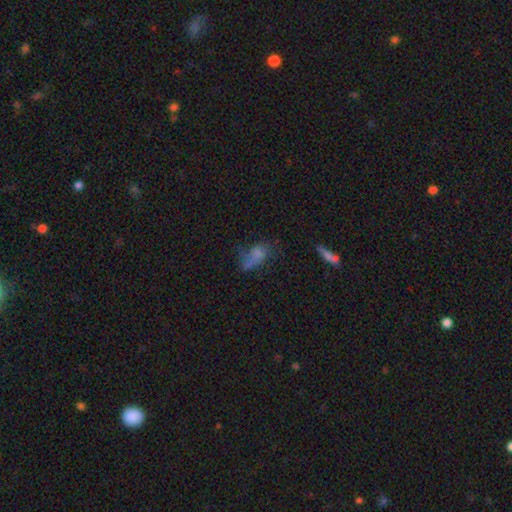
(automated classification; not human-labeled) Smooth or featured: smooth — 58% (featured or disk — 26%)
How rounded: in between — 79% (round — 12%)
Merging: major disturbance — 33% (none — 32%)